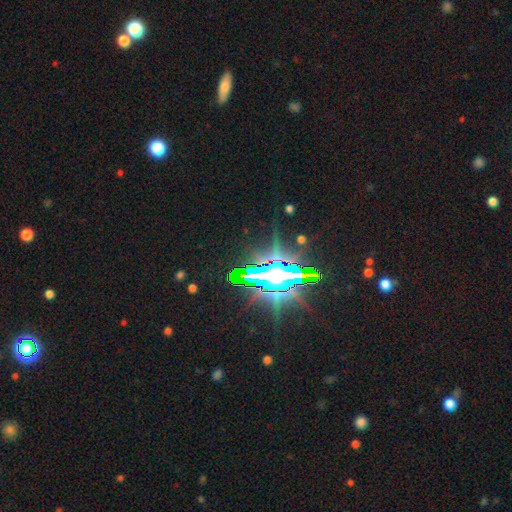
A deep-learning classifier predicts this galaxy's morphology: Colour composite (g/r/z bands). It shows a star or artifact, not a galaxy (77%).